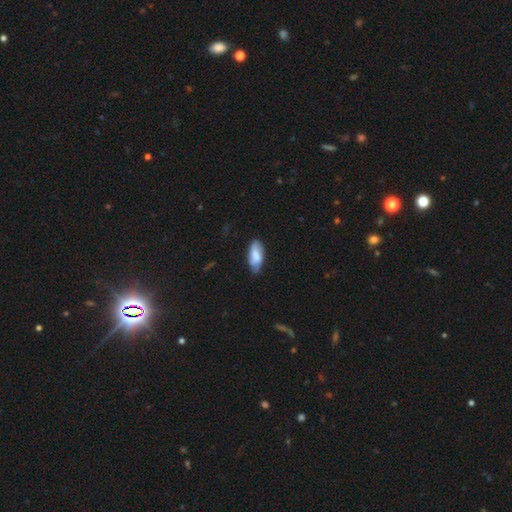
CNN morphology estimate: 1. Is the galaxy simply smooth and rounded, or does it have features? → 68% smooth, 25% featured or disk, 7% star or artifact.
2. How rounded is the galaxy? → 82% in between, 16% cigar-shaped, 2% round.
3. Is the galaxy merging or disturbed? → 68% none, 26% minor disturbance, 5% major disturbance, 2% merger.